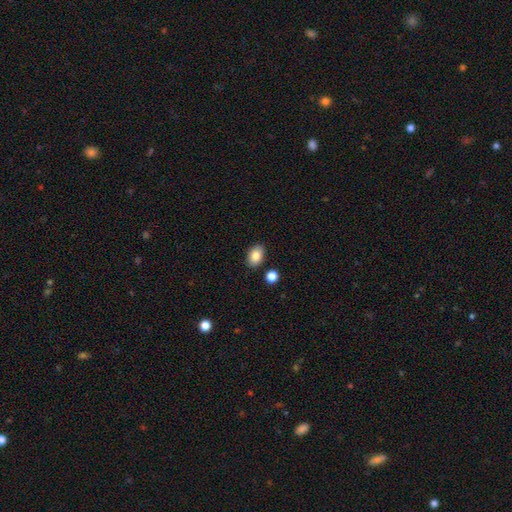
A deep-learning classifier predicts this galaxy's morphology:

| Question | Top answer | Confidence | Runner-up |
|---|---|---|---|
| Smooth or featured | smooth | 86% | star or artifact (8%) |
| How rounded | in between | 83% | round (16%) |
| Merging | none | 85% | minor disturbance (9%) |